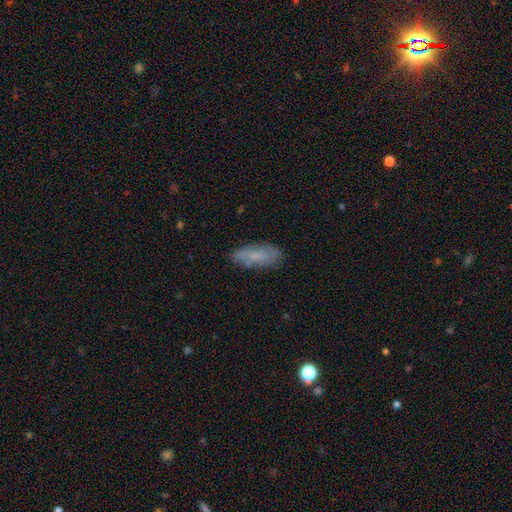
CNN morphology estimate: This is likely a smooth galaxy (65%). How rounded: likely in between (67%). Merging: likely none (76%).